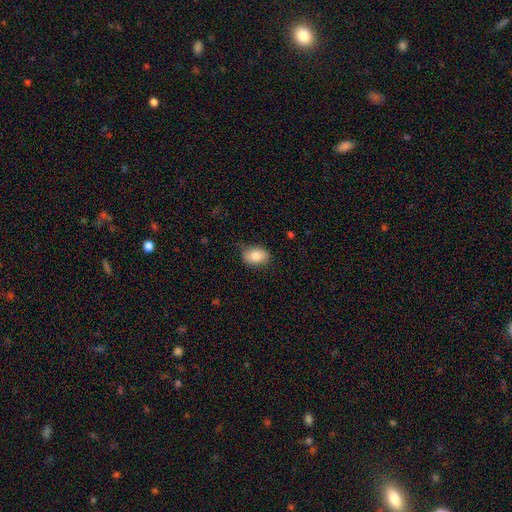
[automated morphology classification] type=smooth (84%); roundness=in between (80%); merging=none (75%).